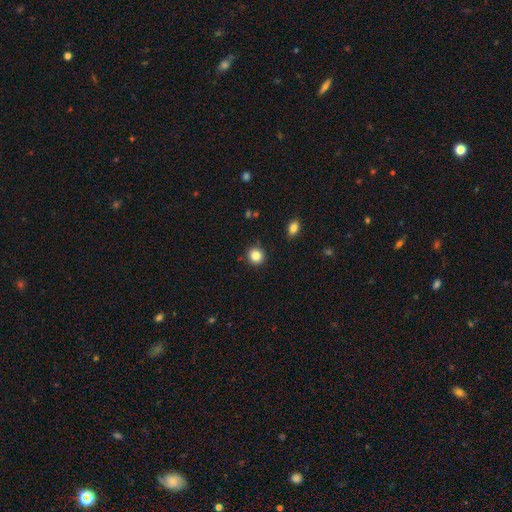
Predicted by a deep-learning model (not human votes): Smooth or featured: smooth — 85% (star or artifact — 10%)
How rounded: round — 90% (in between — 9%)
Merging: none — 90% (minor disturbance — 6%)